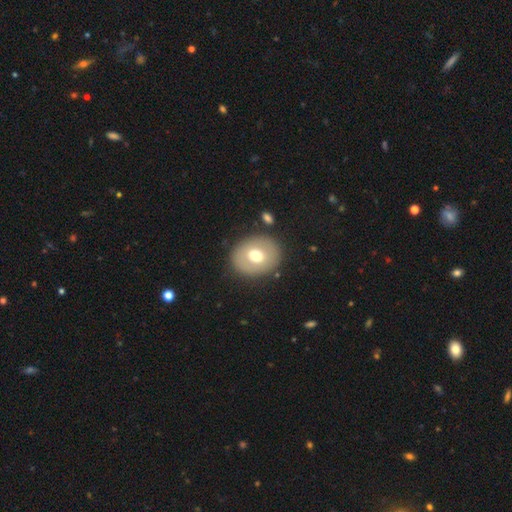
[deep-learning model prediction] This appears to be a smooth galaxy with no disk features (63%) that is round (58%). Merging: none (85%).